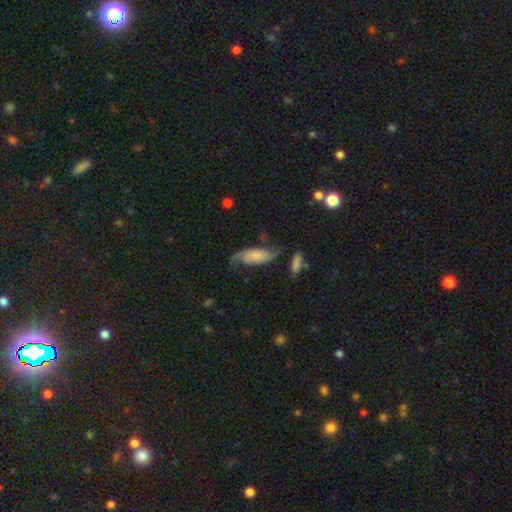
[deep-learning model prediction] The model was most divided on "bulge size": none: 34%, small: 32%, moderate: 18%, large: 11%, dominant: 5%. More confident: spiral arms — yes (92%); edge-on disk — no (90%); bar — no (61%); smooth or featured — featured or disk (58%); merging — none (55%).